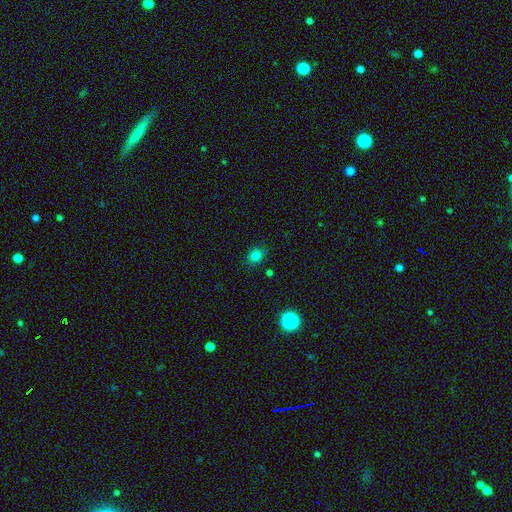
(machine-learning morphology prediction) Q: Smooth or featured?
A: smooth (80%); runner-up: star or artifact (16%)
Q: How rounded?
A: round (62%); runner-up: in between (37%)
Q: Merging?
A: none (84%); runner-up: minor disturbance (11%)